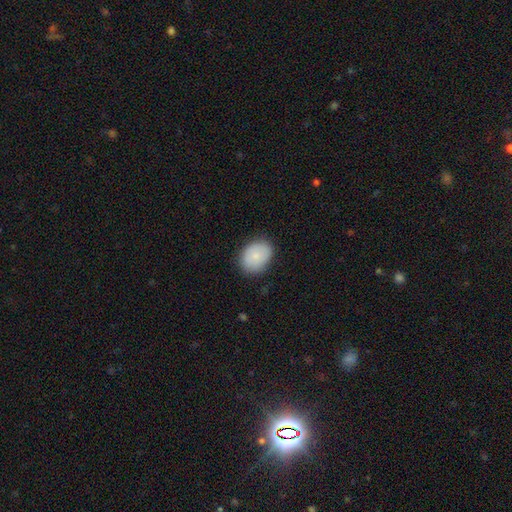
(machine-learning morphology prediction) type=smooth (84%); roundness=in between (66%); merging=none (82%).